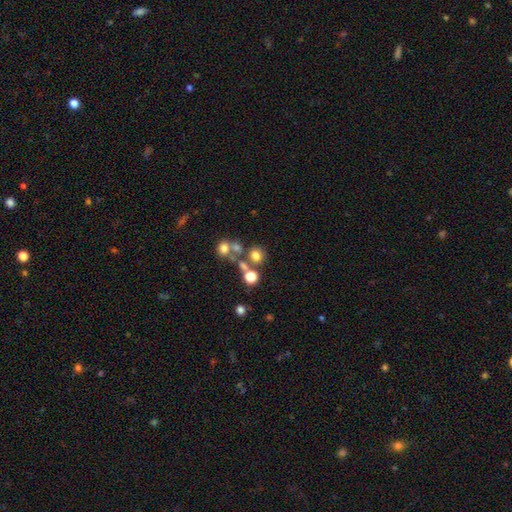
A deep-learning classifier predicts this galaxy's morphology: A smooth galaxy with no disk features (68%) that is round (80%).

Vote fractions:
- Smooth or featured? smooth: 68% / star or artifact: 18% / featured or disk: 14%
- How rounded? round: 80% / in between: 19% / cigar-shaped: 1%
- Merging? none: 57% / merger: 27% / minor disturbance: 9% / major disturbance: 7%